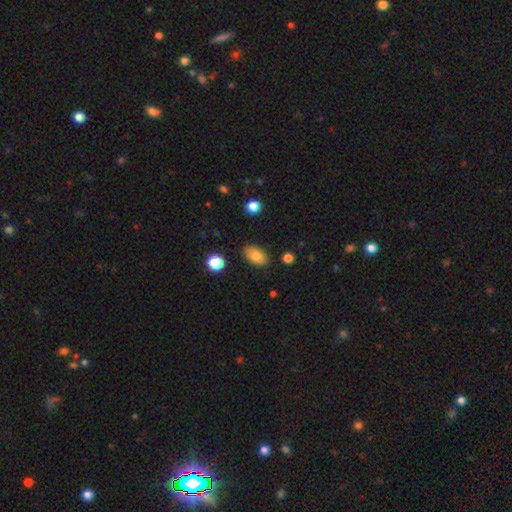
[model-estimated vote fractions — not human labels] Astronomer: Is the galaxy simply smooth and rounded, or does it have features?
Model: smooth — 80%.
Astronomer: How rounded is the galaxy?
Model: in between — 90%.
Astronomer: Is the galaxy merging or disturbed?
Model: none — 85%.